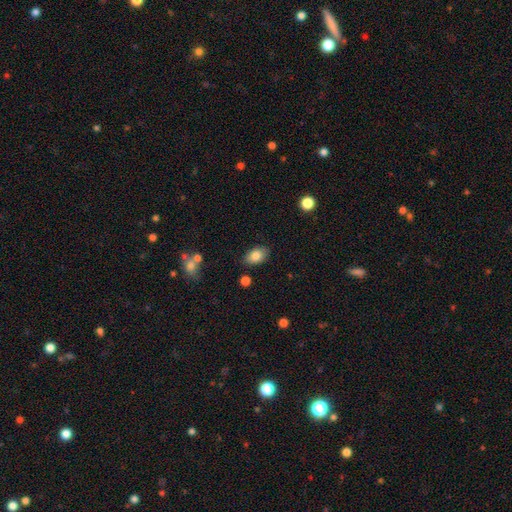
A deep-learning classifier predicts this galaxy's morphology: This appears to be a smooth galaxy with no disk features (83%) that is in between round and cigar-shaped (89%). Merging: none (83%).